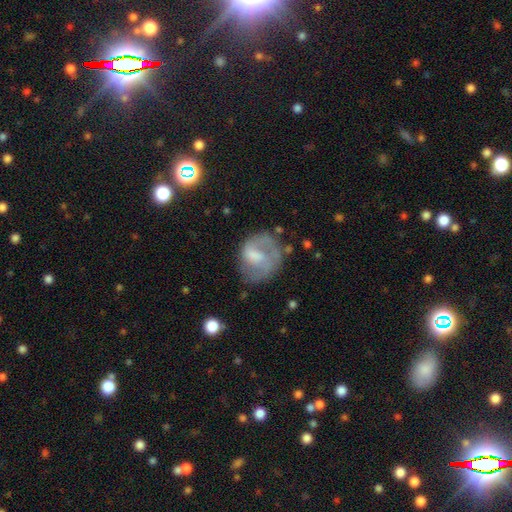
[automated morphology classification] A featured or disk galaxy (58%) with a weak bar (47%), spiral arms (68%) and a moderate central bulge (36%). Merging: none (54%).